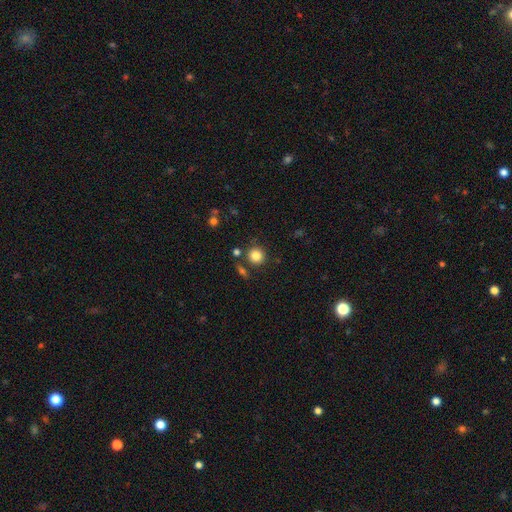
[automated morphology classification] Smooth or featured? smooth (84%)
How rounded? round (91%)
Merging? none (80%)